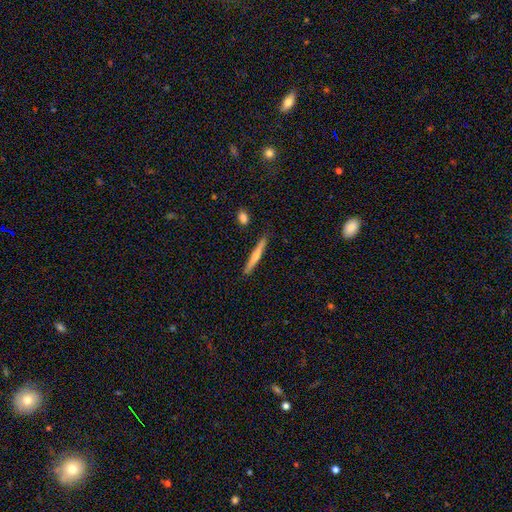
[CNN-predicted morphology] A smooth galaxy with no disk features (63%) that is cigar-shaped (95%).

Vote fractions:
- Smooth or featured? smooth: 63% / featured or disk: 32% / star or artifact: 5%
- How rounded? cigar-shaped: 95% / in between: 3% / round: 1%
- Merging? none: 85% / minor disturbance: 10% / merger: 2% / major disturbance: 2%